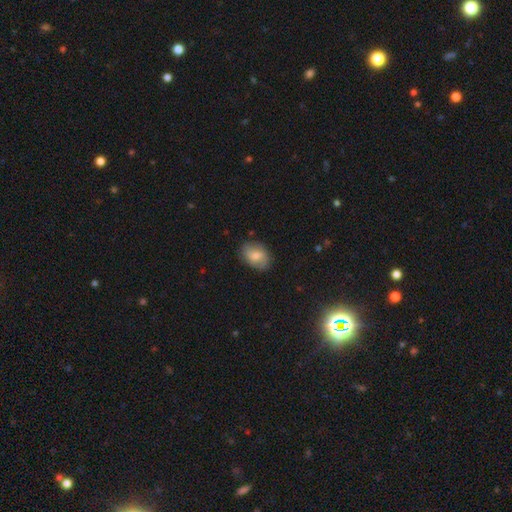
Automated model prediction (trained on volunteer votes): A smooth galaxy with no disk features (68%) that is in between round and cigar-shaped (79%).

Vote fractions:
- Smooth or featured? smooth: 68% / featured or disk: 24% / star or artifact: 8%
- How rounded? in between: 79% / round: 20% / cigar-shaped: 1%
- Merging? none: 77% / minor disturbance: 17% / major disturbance: 4% / merger: 1%